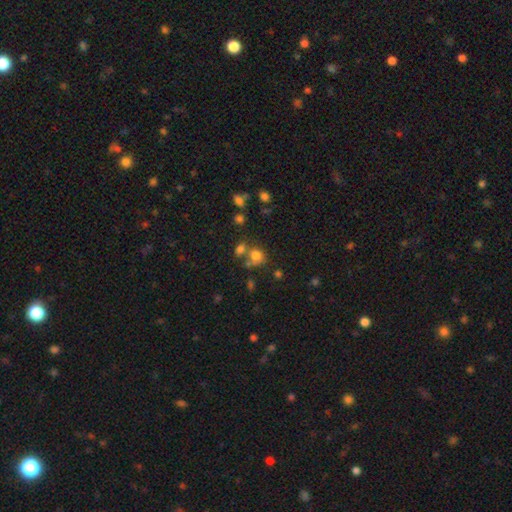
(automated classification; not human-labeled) This is likely a smooth galaxy (73%). How rounded: likely round (66%). Merging: possibly none (47%).